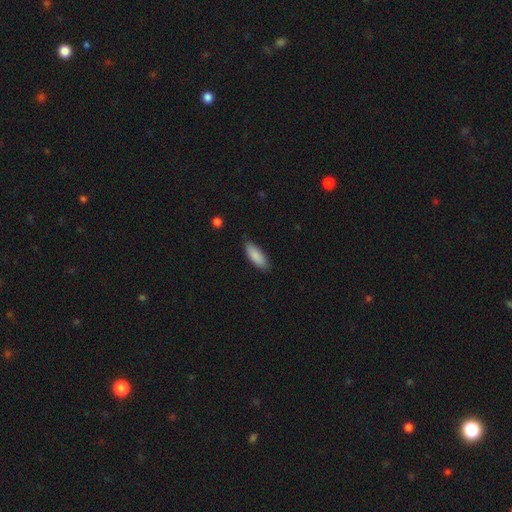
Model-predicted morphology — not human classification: Overall: smooth (88%). How rounded: in between (68%; cigar-shaped 30%). Merging: none (84%).